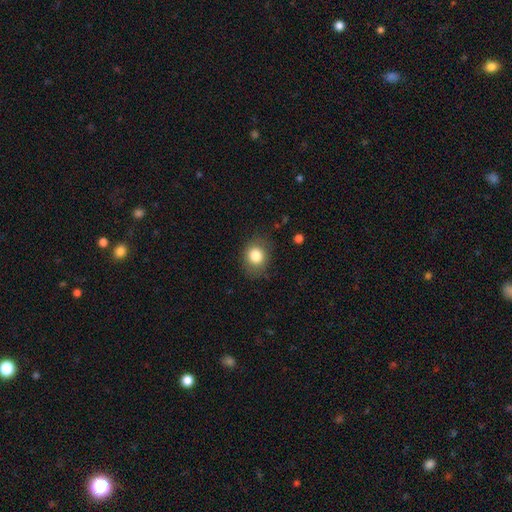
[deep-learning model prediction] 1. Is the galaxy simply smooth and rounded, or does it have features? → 82% smooth, 10% star or artifact, 8% featured or disk.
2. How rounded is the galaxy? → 65% round, 34% in between, 1% cigar-shaped.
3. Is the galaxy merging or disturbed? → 81% none, 14% minor disturbance, 4% major disturbance, 1% merger.